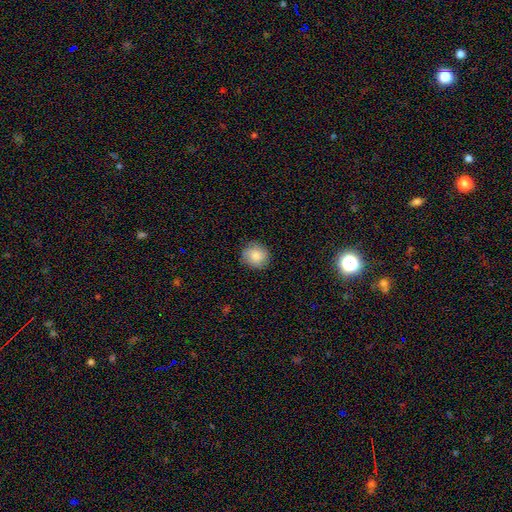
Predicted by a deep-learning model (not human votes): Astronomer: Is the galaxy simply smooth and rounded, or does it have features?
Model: smooth — 84%.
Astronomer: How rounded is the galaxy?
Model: round — 88%.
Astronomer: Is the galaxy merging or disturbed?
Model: none — 86%.